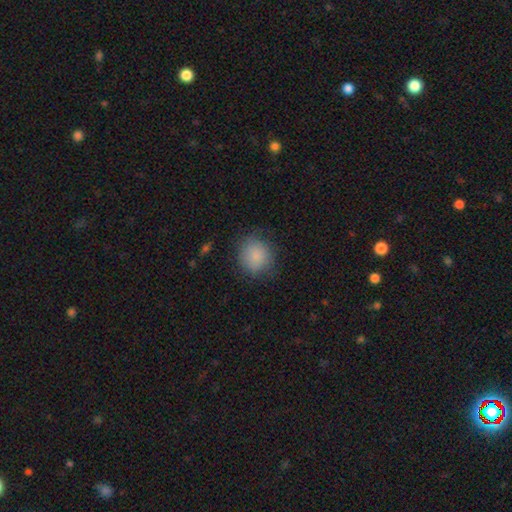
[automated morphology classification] This is clearly a smooth galaxy (85%). How rounded: clearly round (87%). Merging: likely none (79%).